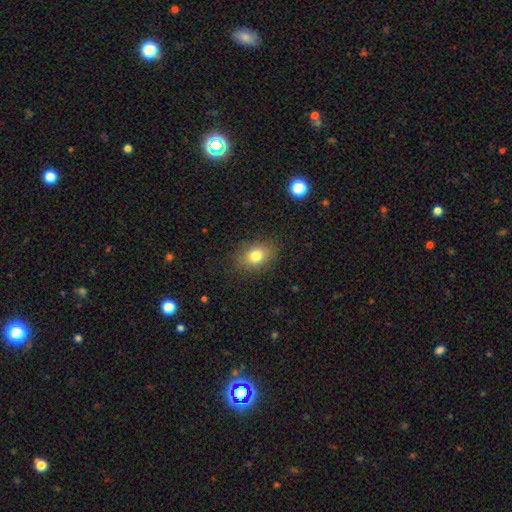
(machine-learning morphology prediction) This appears to be a smooth galaxy with no disk features (79%) that is in between round and cigar-shaped (71%). Merging: none (85%).